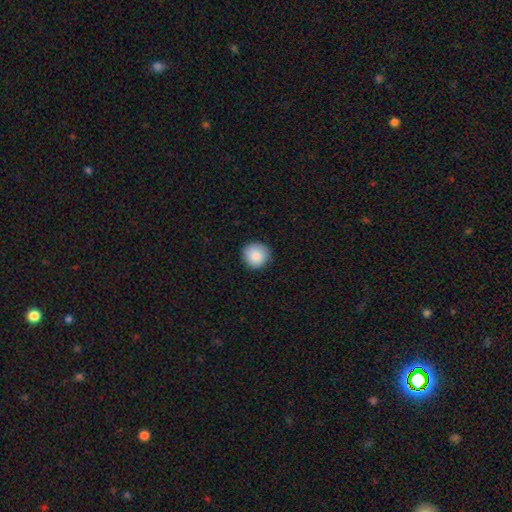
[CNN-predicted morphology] smooth 88%, star or artifact 8%, featured or disk 4%. Down the decision tree: how rounded — round (93%); merging — none (90%).